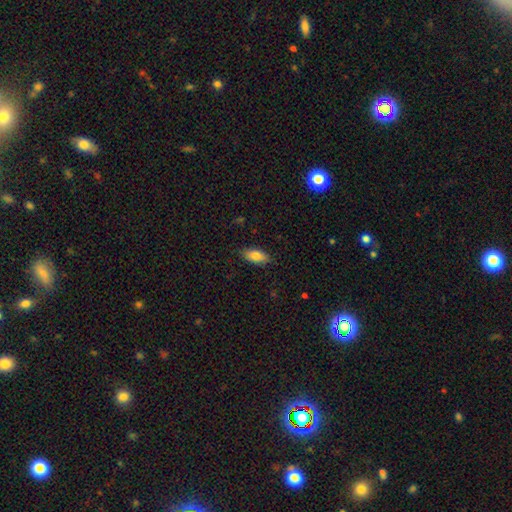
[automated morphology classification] Q: Smooth or featured?
A: smooth (81%); runner-up: featured or disk (12%)
Q: How rounded?
A: in between (88%); runner-up: cigar-shaped (9%)
Q: Merging?
A: none (87%); runner-up: minor disturbance (10%)